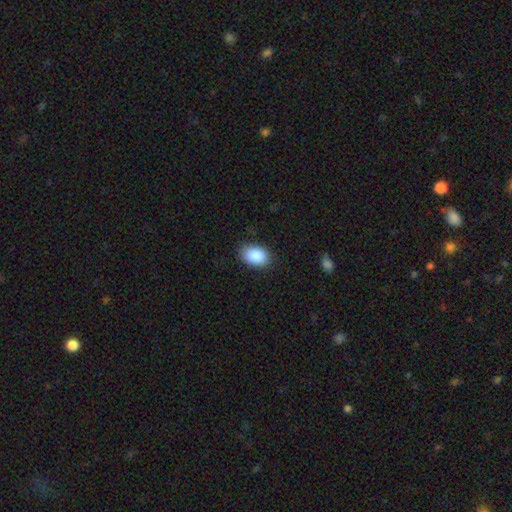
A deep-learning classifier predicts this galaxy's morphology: smooth 90%, star or artifact 7%, featured or disk 4%. Down the decision tree: how rounded — in between (86%); merging — none (85%).